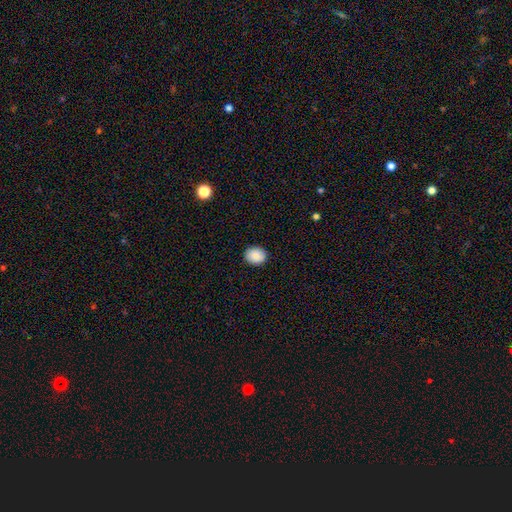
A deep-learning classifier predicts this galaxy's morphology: A smooth galaxy with no disk features (89%) that is round (58%). Merging: none (91%).